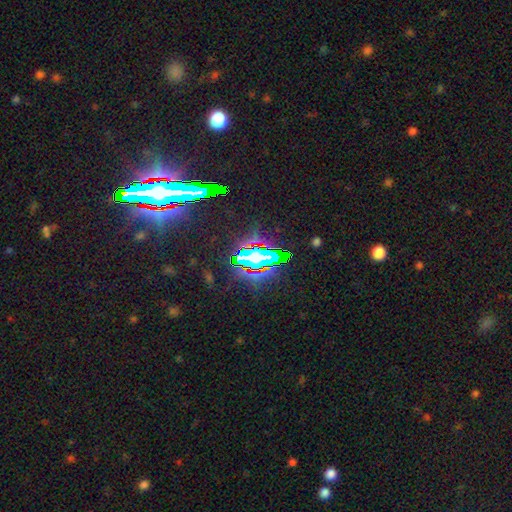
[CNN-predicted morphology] A star or artifact, not a galaxy (77%).